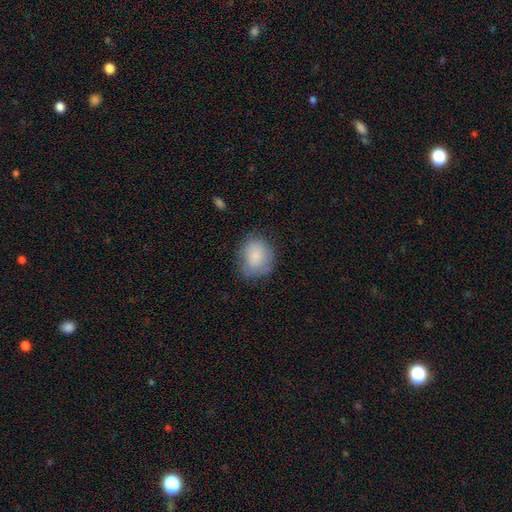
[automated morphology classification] A smooth galaxy with no disk features (80%) that is round (69%).

Vote fractions:
- Smooth or featured? smooth: 80% / featured or disk: 13% / star or artifact: 8%
- How rounded? round: 69% / in between: 30% / cigar-shaped: 1%
- Merging? none: 68% / minor disturbance: 23% / major disturbance: 8% / merger: 2%